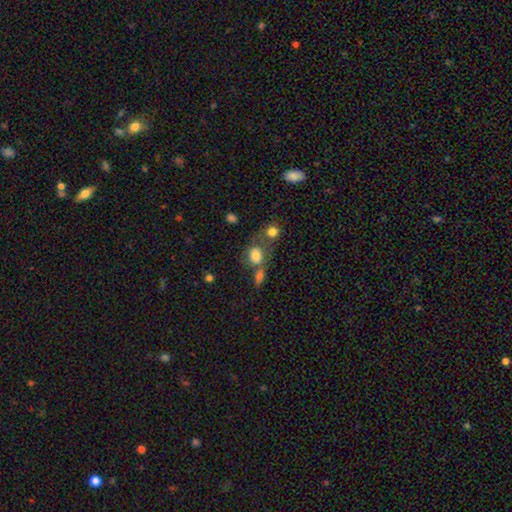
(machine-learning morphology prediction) smooth 77%, featured or disk 12%, star or artifact 11%. Down the decision tree: how rounded — in between (57%); merging — merger (40%, tied with none).